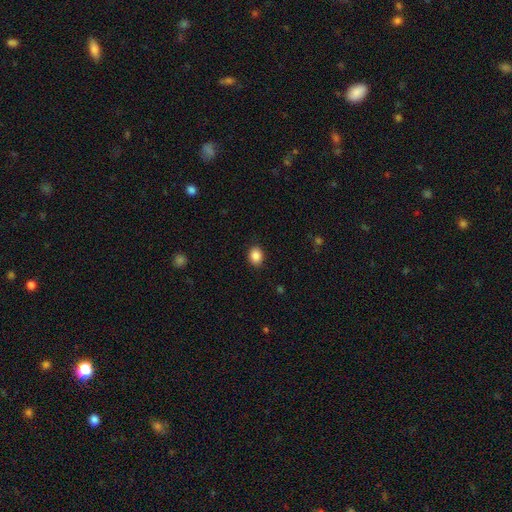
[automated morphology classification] Smooth or featured? smooth (88%)
How rounded? in between (60%)
Merging? none (89%)